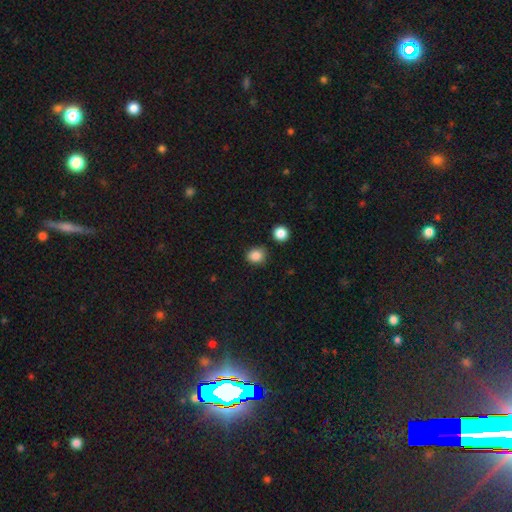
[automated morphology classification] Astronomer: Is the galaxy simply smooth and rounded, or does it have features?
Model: smooth — 86%.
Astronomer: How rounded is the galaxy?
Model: round — 73%.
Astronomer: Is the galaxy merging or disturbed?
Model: none — 83%.